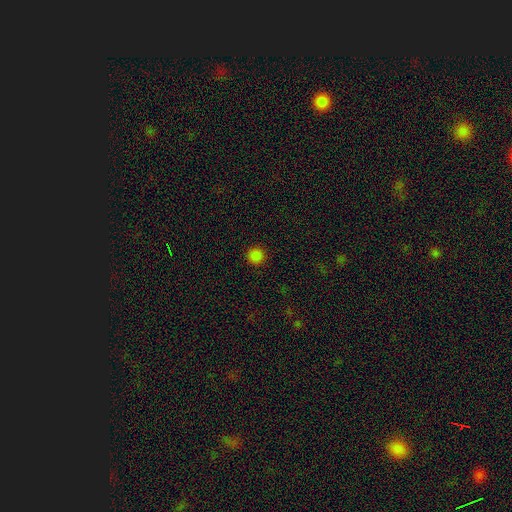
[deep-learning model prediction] A smooth galaxy with no disk features (84%) that is round (95%). Merging: none (92%).